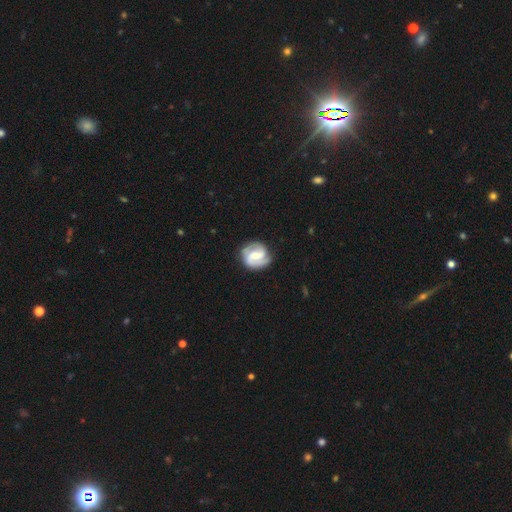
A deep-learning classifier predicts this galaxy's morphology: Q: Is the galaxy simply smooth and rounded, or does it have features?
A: featured or disk — 82%.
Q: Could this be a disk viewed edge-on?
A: no — 98%.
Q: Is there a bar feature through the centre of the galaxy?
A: weak — 50%.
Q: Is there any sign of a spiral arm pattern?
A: yes — 95%.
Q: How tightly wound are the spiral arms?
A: medium — 45%.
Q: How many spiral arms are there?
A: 2 — 85%.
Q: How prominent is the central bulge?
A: moderate — 50%.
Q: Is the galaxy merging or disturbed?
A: none — 79%.